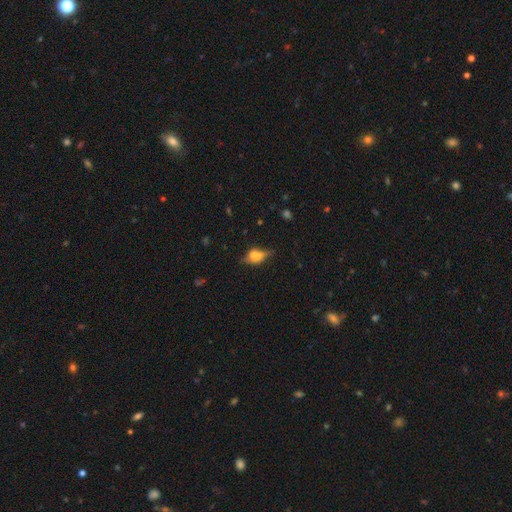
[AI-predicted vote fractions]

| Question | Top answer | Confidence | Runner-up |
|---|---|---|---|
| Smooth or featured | smooth | 50% | featured or disk (38%) |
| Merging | none | 47% | merger (24%) |